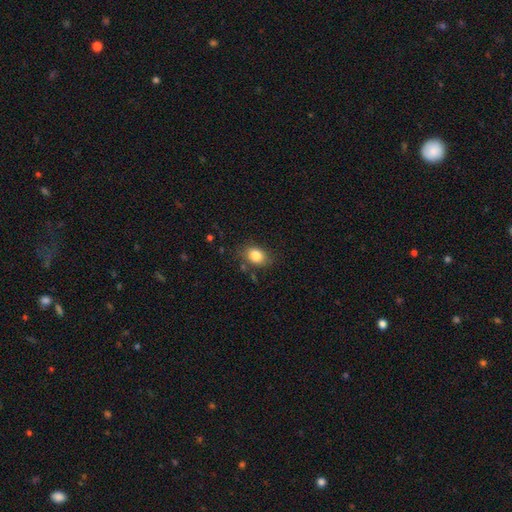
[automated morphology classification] This appears to be a smooth galaxy with no disk features (83%) that is in between round and cigar-shaped (66%). Merging: none (77%).